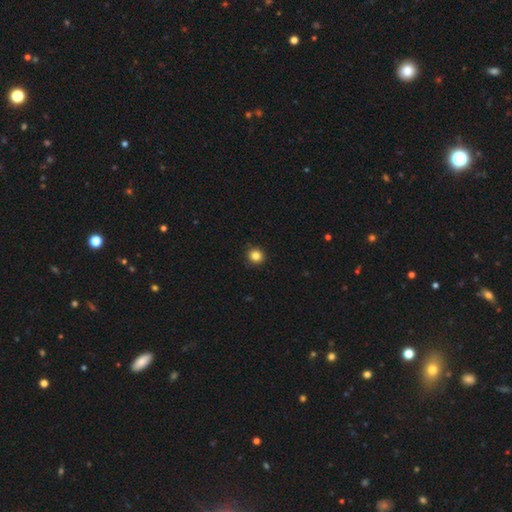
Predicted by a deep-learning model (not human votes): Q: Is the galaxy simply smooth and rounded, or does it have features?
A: smooth — 84%.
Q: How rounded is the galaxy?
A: round — 92%.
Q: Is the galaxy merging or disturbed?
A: none — 92%.